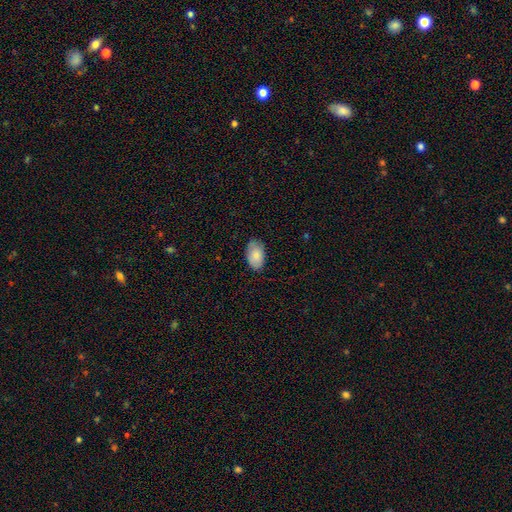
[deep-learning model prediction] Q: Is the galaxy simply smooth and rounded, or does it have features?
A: smooth — 82%.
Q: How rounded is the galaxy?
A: in between — 94%.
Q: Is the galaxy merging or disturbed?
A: none — 81%.